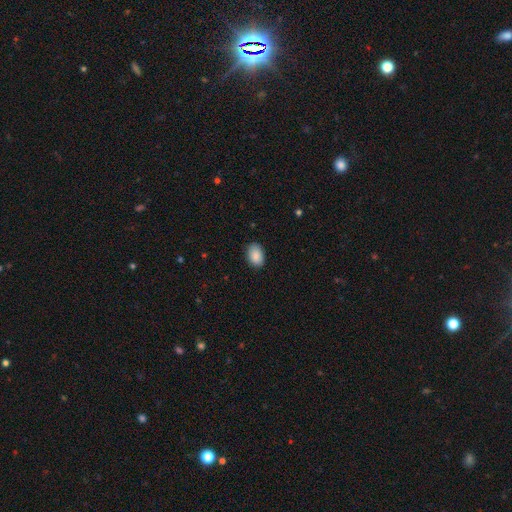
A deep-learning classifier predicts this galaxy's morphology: Smooth or featured? Predicted: smooth (p=0.89). How rounded? Predicted: in between (p=0.85). Merging? Predicted: none (p=0.85).